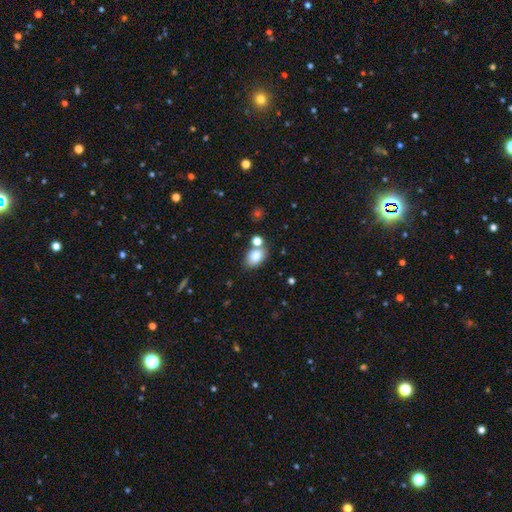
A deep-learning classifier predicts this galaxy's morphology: Q: Smooth or featured?
A: smooth (82%); runner-up: star or artifact (10%)
Q: How rounded?
A: in between (76%); runner-up: round (23%)
Q: Merging?
A: none (65%); runner-up: merger (18%)